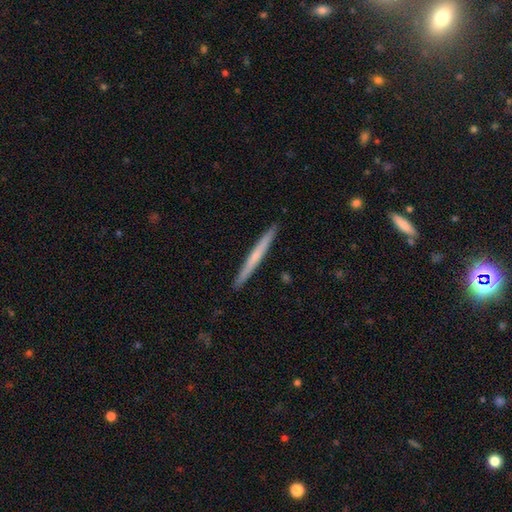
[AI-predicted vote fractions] The model was most divided on "smooth or featured": smooth: 50%, featured or disk: 45%, star or artifact: 5%. More confident: merging — none (93%).